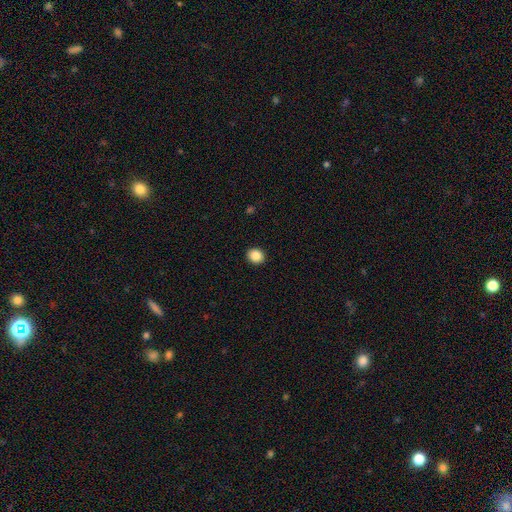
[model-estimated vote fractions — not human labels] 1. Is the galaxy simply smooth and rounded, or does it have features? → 87% smooth, 9% star or artifact, 4% featured or disk.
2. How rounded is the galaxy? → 68% round, 31% in between, 1% cigar-shaped.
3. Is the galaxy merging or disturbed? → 92% none, 5% minor disturbance, 2% major disturbance, 1% merger.